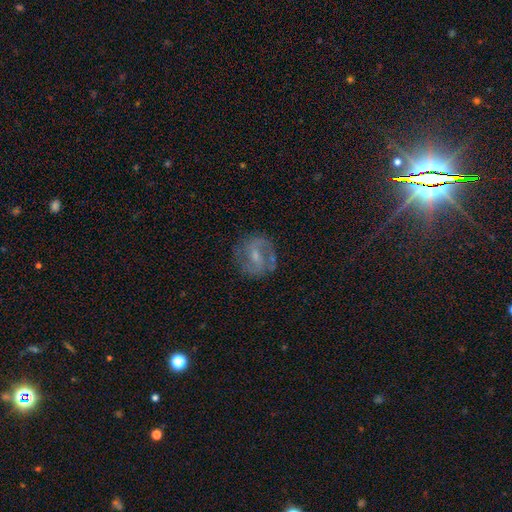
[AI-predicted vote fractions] smooth-or-featured: featured or disk: 71% | smooth: 21% | star or artifact: 8%
  disk-edge-on: no: 97% | yes: 3%
    bar: weak: 52% | no: 25% | strong: 23%
    has-spiral-arms: yes: 84% | no: 16%
      spiral-winding: medium: 48% | tight: 28% | loose: 24%
      spiral-arm-count: 2: 75% | can't tell: 13% | 1: 6% | 3: 3% | 4: 1% | more than 4: 1%
    bulge-size: small: 53% | moderate: 36% | none: 8% | large: 2% | dominant: 1%
  merging: none: 73% | minor disturbance: 17% | major disturbance: 9% | merger: 2%